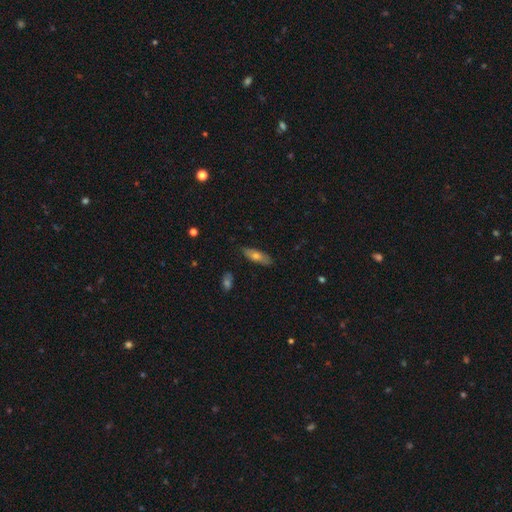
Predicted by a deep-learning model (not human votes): Overall: smooth (59%; featured or disk 33%). How rounded: in between (52%; cigar-shaped 45%). Merging: none (83%).